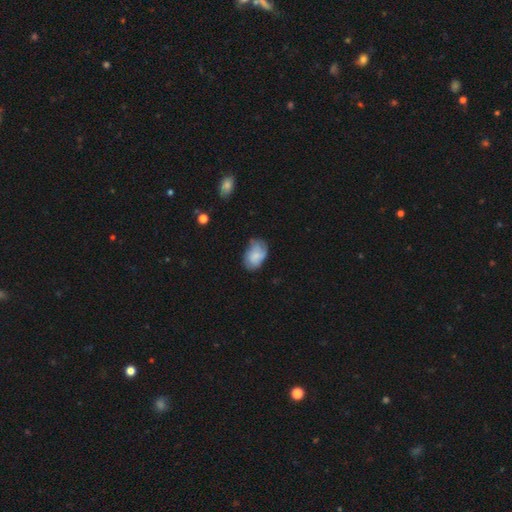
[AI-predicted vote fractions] Smooth or featured: smooth — 67% (featured or disk — 25%)
How rounded: in between — 86% (round — 13%)
Merging: none — 53% (minor disturbance — 34%)